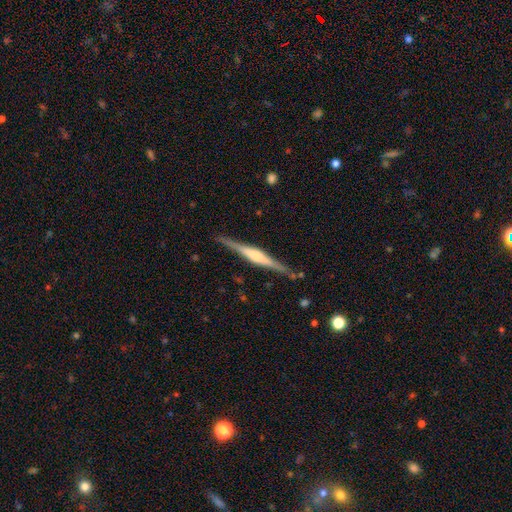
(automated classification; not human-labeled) Smooth or featured?
  - featured or disk: 77% *
  - smooth: 18%
  - star or artifact: 5%
Edge-on disk?
  - yes: 98% *
  - no: 2%
Edge-on bulge?
  - rounded: 57% *
  - boxy: 34%
  - none: 9%
Merging?
  - none: 87% *
  - minor disturbance: 9%
  - major disturbance: 2%
  - merger: 2%